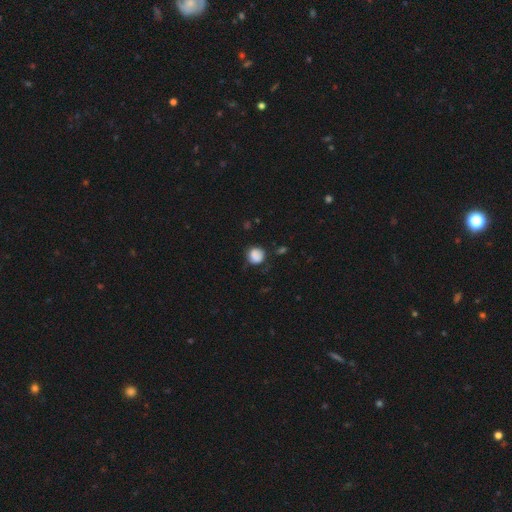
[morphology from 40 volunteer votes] This appears to be a smooth galaxy with no disk features (82%) that is round (94%). Merging: none (69%).